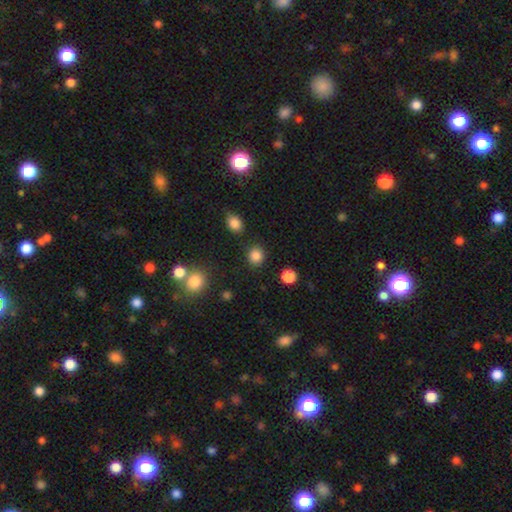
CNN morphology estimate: Q: Smooth or featured?
A: smooth (85%); runner-up: star or artifact (11%)
Q: How rounded?
A: round (85%); runner-up: in between (14%)
Q: Merging?
A: none (88%); runner-up: minor disturbance (7%)